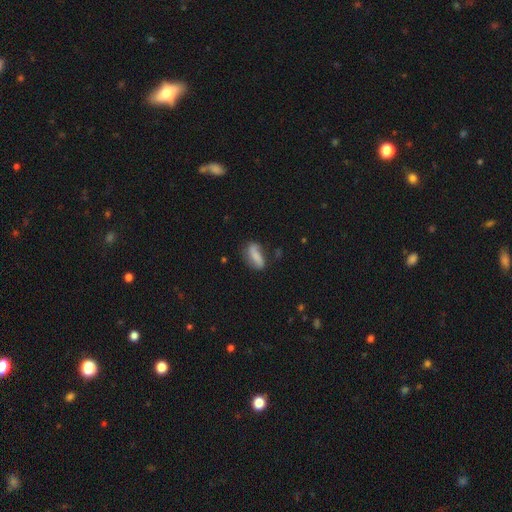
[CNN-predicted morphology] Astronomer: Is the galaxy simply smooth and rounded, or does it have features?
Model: smooth — 64%.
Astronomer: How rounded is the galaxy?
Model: in between — 73%.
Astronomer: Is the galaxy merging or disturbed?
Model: none — 57%.